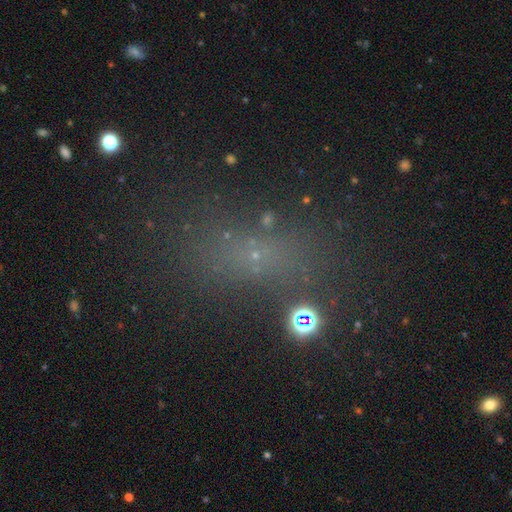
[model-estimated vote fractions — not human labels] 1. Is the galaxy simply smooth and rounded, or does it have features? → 46% smooth, 41% star or artifact, 12% featured or disk.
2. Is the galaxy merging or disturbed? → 72% none, 13% minor disturbance, 8% major disturbance, 7% merger.